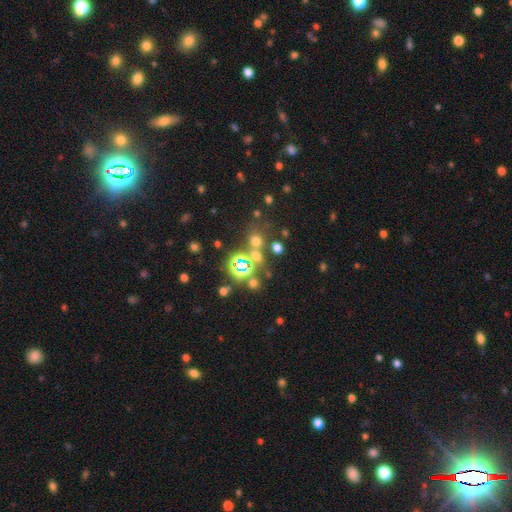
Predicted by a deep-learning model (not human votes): smooth-or-featured: smooth: 49% | star or artifact: 42% | featured or disk: 9%
  merging: none: 67% | merger: 19% | minor disturbance: 9% | major disturbance: 5%